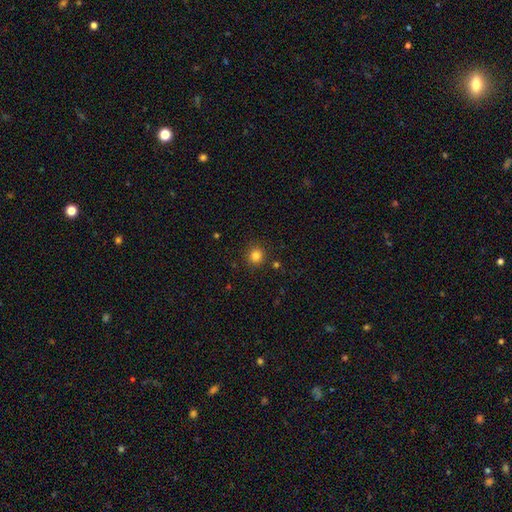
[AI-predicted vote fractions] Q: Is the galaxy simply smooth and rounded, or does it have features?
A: smooth — 82%.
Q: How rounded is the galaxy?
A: round — 91%.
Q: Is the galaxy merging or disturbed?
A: none — 88%.